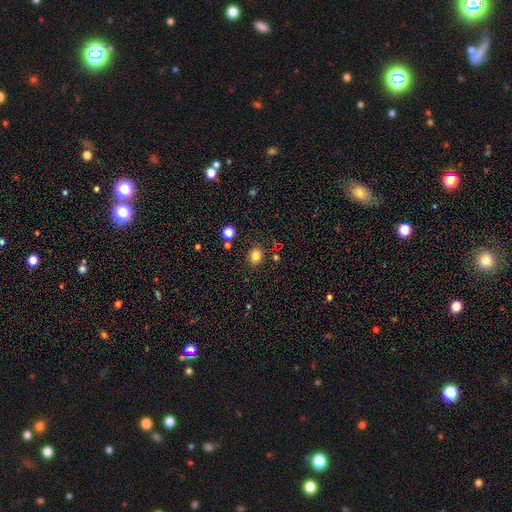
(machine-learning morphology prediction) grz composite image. It shows a smooth galaxy with no disk features (81%) that is round (66%). Merging: none (85%).